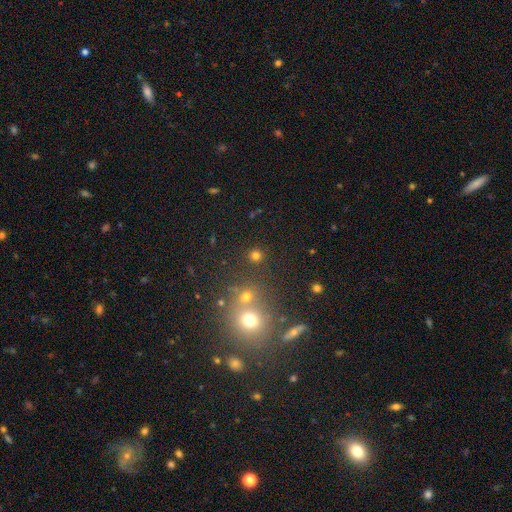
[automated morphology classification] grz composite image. It shows a smooth galaxy with no disk features (73%) that is round (92%). Merging: none (82%).